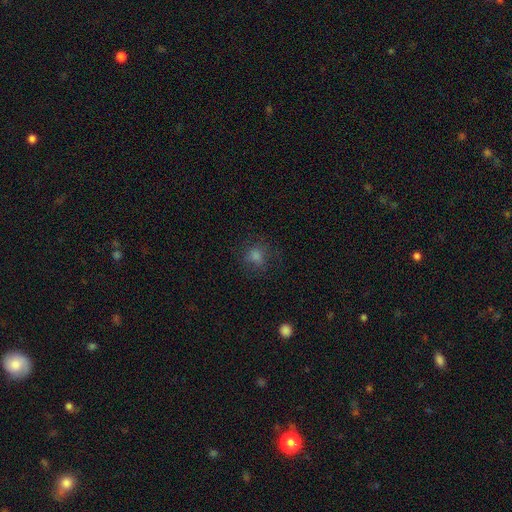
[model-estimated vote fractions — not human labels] Smooth or featured: smooth — 67% (star or artifact — 21%)
How rounded: round — 71% (in between — 27%)
Merging: none — 71% (minor disturbance — 17%)